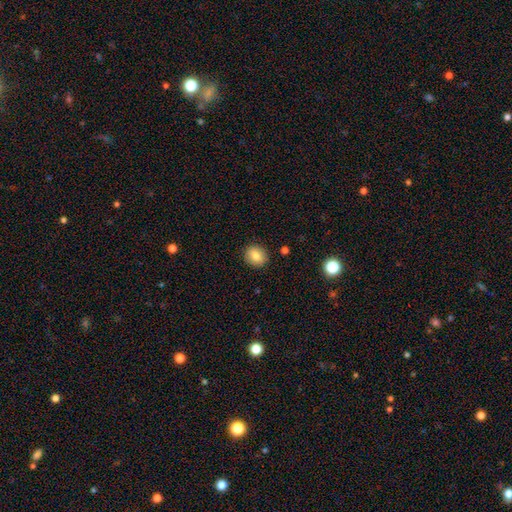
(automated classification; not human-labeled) smooth 82%, star or artifact 9%, featured or disk 9%. Down the decision tree: how rounded — round (68%); merging — none (89%).